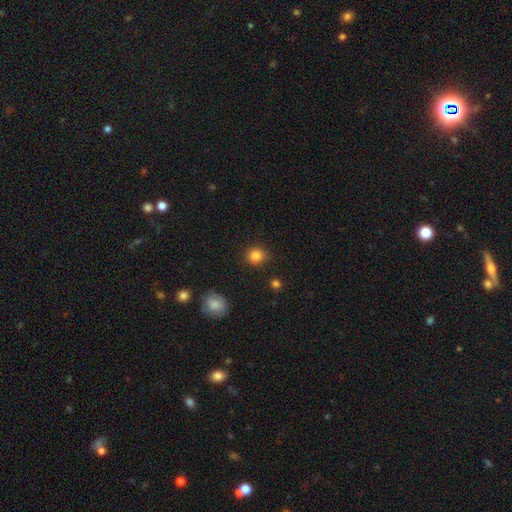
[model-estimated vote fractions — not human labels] Morphology: type=smooth (84%); roundness=round (84%); merging=none (78%).